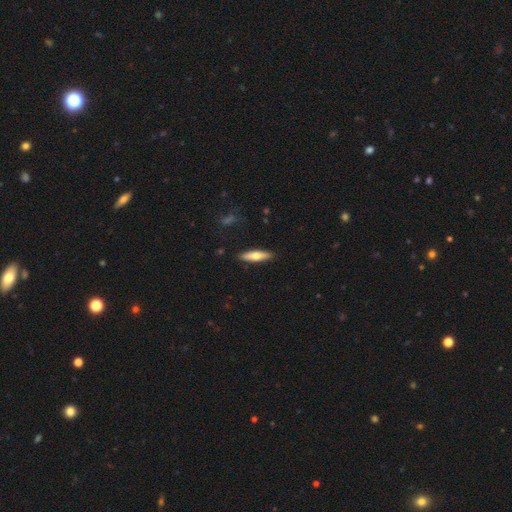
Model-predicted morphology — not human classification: Overall: smooth (62%; featured or disk 32%). How rounded: cigar-shaped (67%; in between 31%). Merging: none (89%).